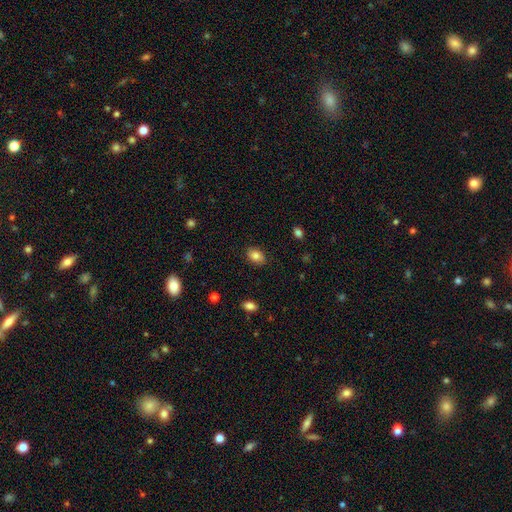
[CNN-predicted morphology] Smooth or featured?
  - smooth: 83% *
  - star or artifact: 9%
  - featured or disk: 8%
How rounded?
  - in between: 79% *
  - round: 20%
  - cigar-shaped: 1%
Merging?
  - none: 86% *
  - minor disturbance: 10%
  - major disturbance: 2%
  - merger: 1%